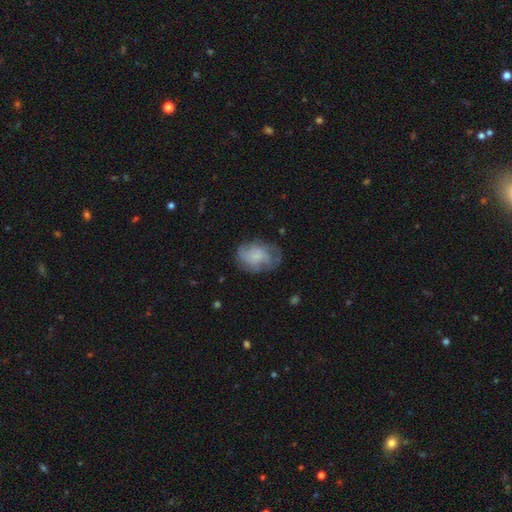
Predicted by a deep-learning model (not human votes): The model was most divided on "bulge size": small: 42%, none: 33%, moderate: 18%, large: 5%, dominant: 2%. More confident: edge-on disk — no (97%); spiral arms — yes (79%); bar — no (75%); merging — none (59%); smooth or featured — featured or disk (51%).